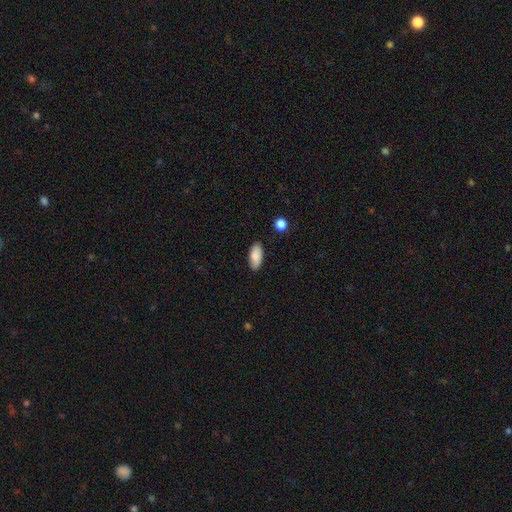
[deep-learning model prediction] smooth_or_featured: smooth (p=0.86) [alt: featured or disk p=0.07]
how_rounded: in between (p=0.90) [alt: cigar-shaped p=0.08]
merging: none (p=0.86) [alt: minor disturbance p=0.10]